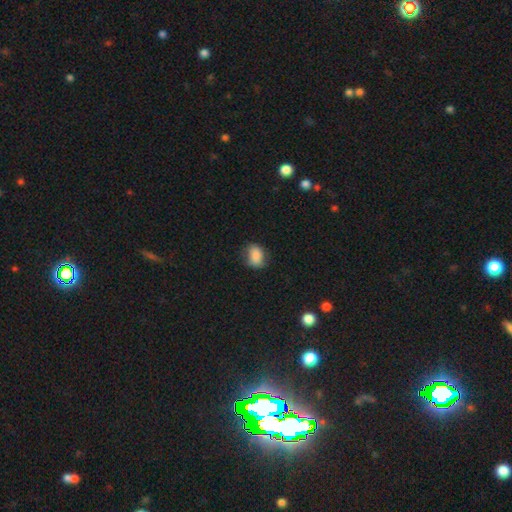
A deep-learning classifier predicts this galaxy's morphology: type=smooth (85%); roundness=in between (66%); merging=none (66%).